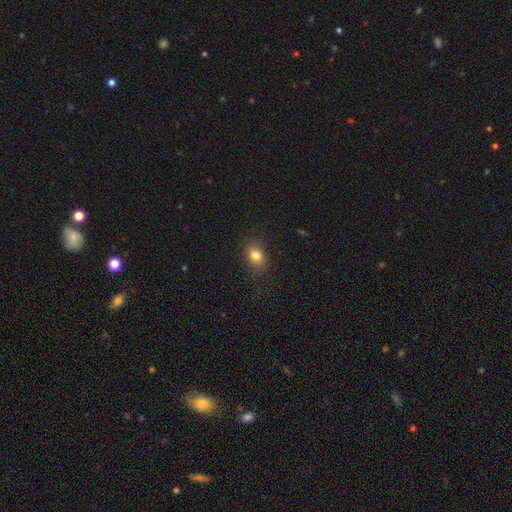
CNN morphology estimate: This is clearly a smooth galaxy (81%). How rounded: likely in between (62%). Merging: clearly none (81%).